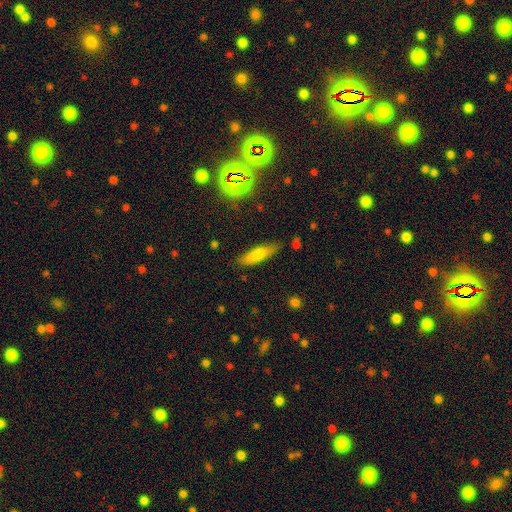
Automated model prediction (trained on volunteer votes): Smooth or featured? smooth (75%)
How rounded? cigar-shaped (66%)
Merging? none (78%)